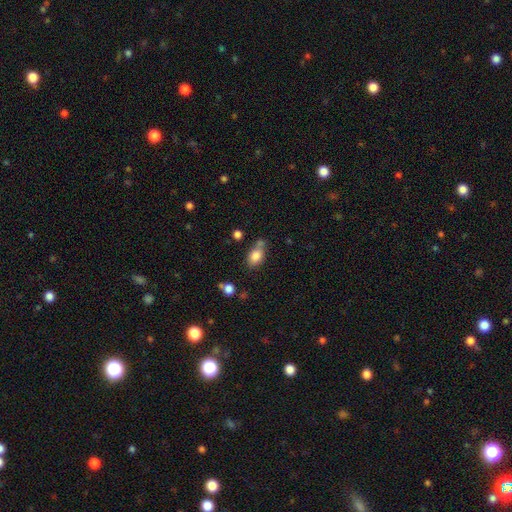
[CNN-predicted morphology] Smooth or featured? Predicted: smooth (p=0.82). How rounded? Predicted: in between (p=0.76). Merging? Predicted: none (p=0.54).